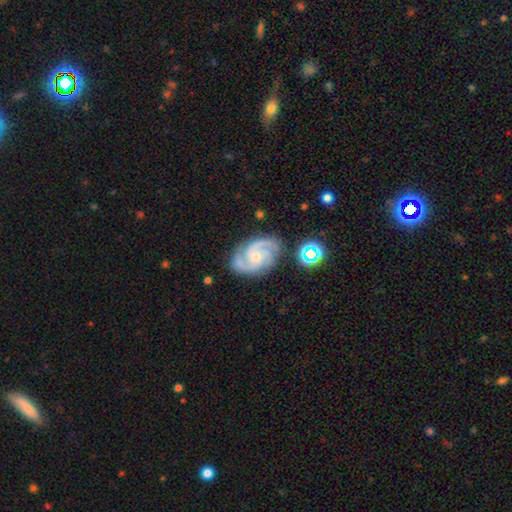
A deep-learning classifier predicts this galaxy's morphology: smooth_or_featured: featured or disk (p=0.89) [alt: star or artifact p=0.05]
disk_edge_on: no (p=0.98) [alt: yes p=0.02]
bar: no (p=0.62) [alt: weak p=0.31]
has_spiral_arms: yes (p=0.98) [alt: no p=0.02]
spiral_winding: medium (p=0.51) [alt: tight p=0.41]
spiral_arm_count: 2 (p=0.43) [alt: 3 p=0.41]
bulge_size: small (p=0.65) [alt: moderate p=0.28]
merging: none (p=0.73) [alt: minor disturbance p=0.18]